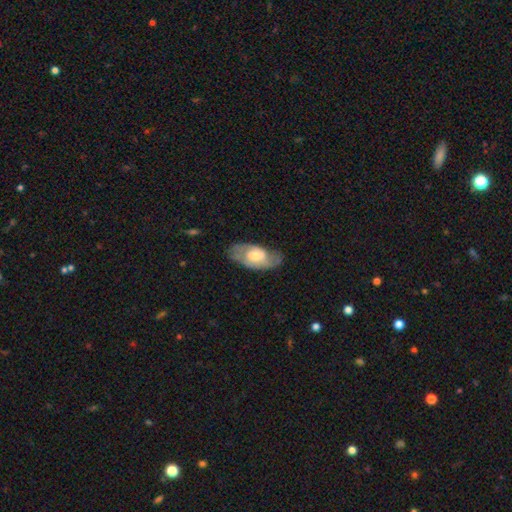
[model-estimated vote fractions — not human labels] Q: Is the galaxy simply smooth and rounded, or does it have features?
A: featured or disk — 56%.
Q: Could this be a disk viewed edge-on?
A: no — 90%.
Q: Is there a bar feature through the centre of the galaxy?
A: no — 54%.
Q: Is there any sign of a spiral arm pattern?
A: yes — 70%.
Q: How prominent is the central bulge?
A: moderate — 48%.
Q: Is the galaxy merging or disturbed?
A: none — 67%.